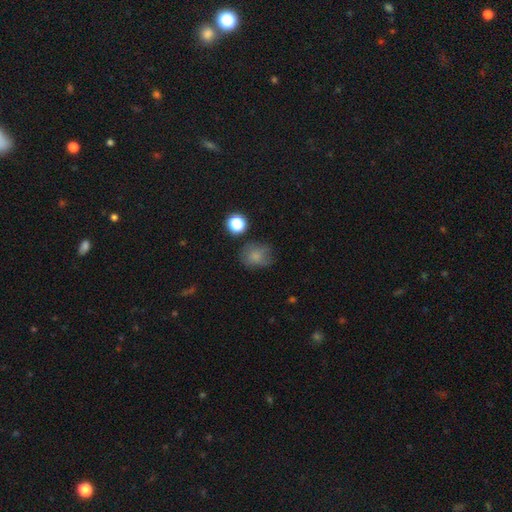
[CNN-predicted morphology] type=smooth (75%); roundness=round (60%); merging=none (60%).